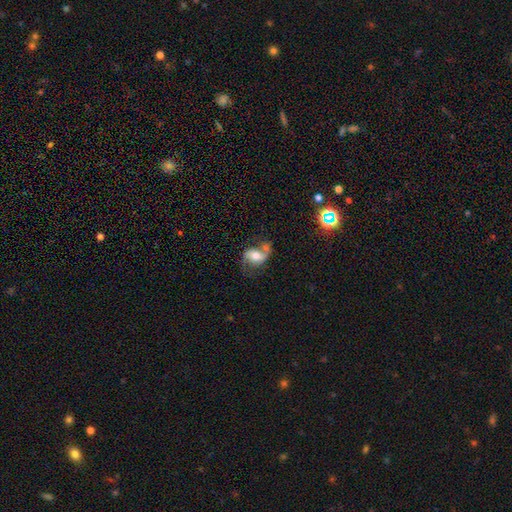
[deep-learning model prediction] Smooth or featured? Predicted: featured or disk (p=0.64). Edge-on disk? Predicted: no (p=0.96). Bar? Predicted: no (p=0.47). Spiral arms? Predicted: yes (p=0.86). Spiral winding? Predicted: loose (p=0.60). Spiral arm count? Predicted: 2 (p=0.85). Bulge size? Predicted: moderate (p=0.63). Merging? Predicted: none (p=0.44).